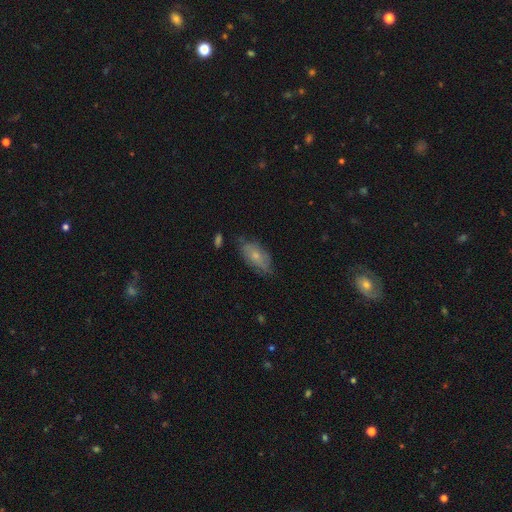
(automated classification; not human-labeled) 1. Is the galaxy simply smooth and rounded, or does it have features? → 59% smooth, 34% featured or disk, 7% star or artifact.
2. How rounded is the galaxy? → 90% in between, 6% cigar-shaped, 4% round.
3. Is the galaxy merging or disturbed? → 63% none, 28% minor disturbance, 7% major disturbance, 2% merger.